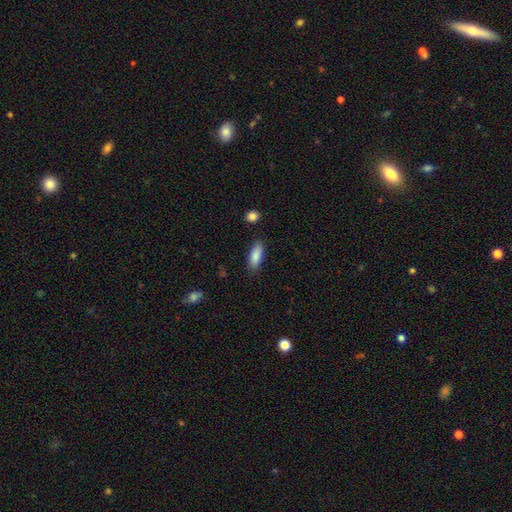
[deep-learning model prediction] Smooth or featured? Predicted: smooth (p=0.88). How rounded? Predicted: in between (p=0.72). Merging? Predicted: none (p=0.84).